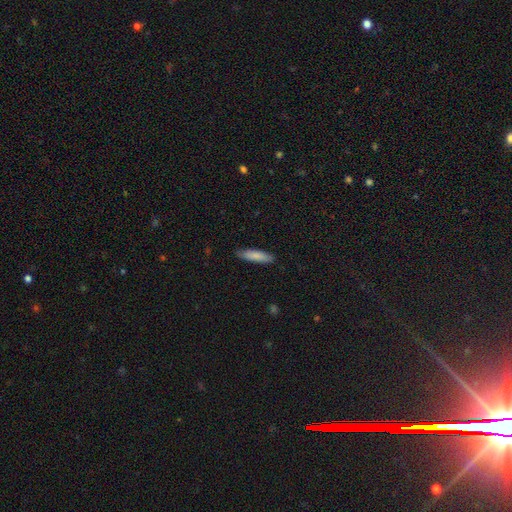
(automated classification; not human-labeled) smooth-or-featured: smooth: 83% | featured or disk: 11% | star or artifact: 5%
  how-rounded: cigar-shaped: 72% | in between: 26% | round: 1%
  merging: none: 86% | minor disturbance: 11% | major disturbance: 2% | merger: 1%